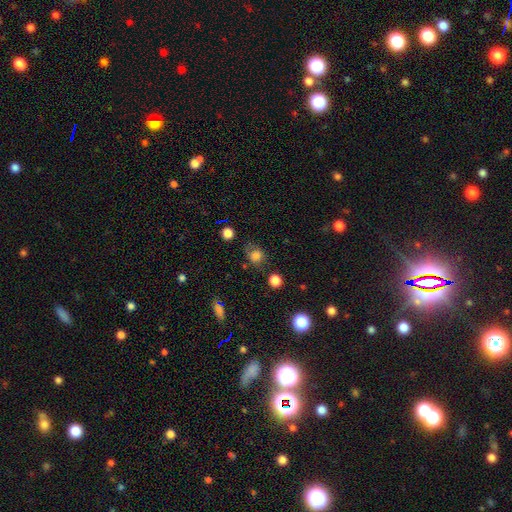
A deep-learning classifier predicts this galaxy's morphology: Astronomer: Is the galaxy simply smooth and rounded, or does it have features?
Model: smooth — 77%.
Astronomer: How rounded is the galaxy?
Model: round — 72%.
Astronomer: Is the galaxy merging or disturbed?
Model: none — 63%.